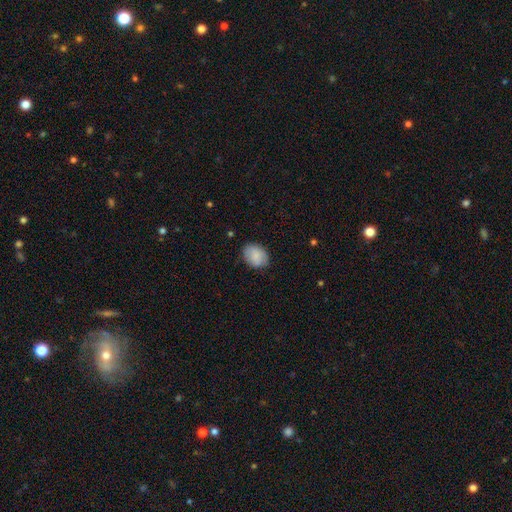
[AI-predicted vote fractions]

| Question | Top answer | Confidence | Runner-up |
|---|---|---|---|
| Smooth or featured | smooth | 85% | featured or disk (9%) |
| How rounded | in between | 70% | round (29%) |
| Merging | none | 80% | minor disturbance (16%) |